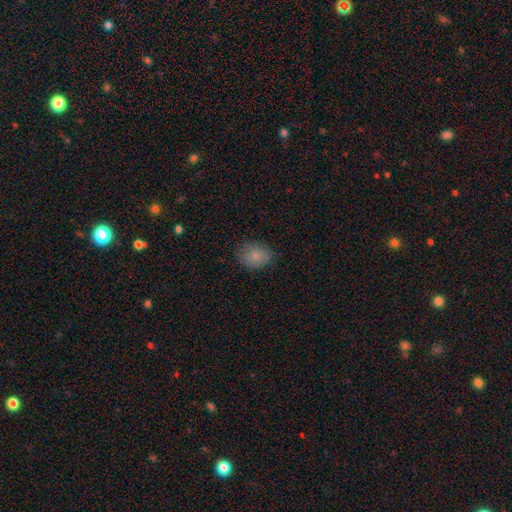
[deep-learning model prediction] smooth 84%, featured or disk 8%, star or artifact 8%. Down the decision tree: how rounded — in between (55%); merging — none (79%).